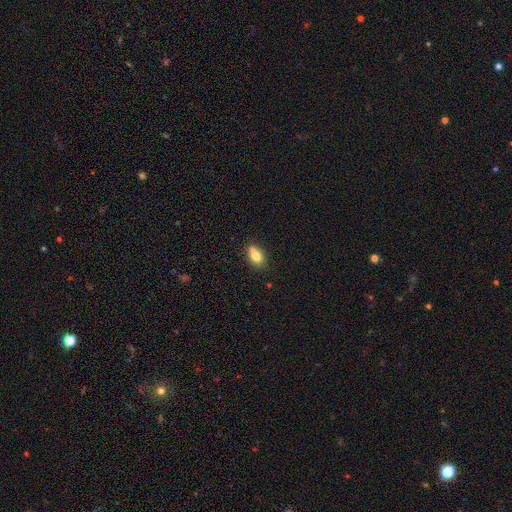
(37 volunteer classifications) Smooth or featured? smooth (73%)
How rounded? in between (89%)
Merging? none (53%)